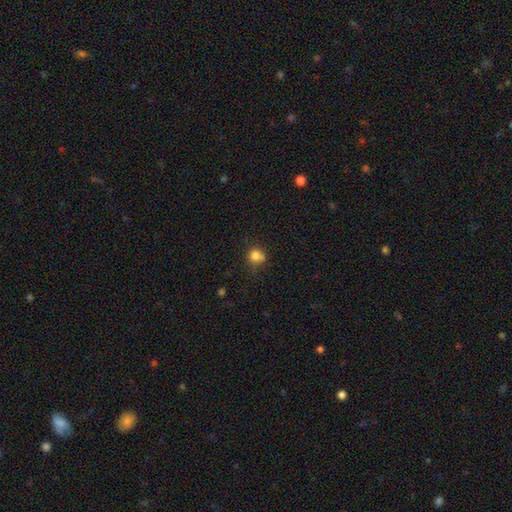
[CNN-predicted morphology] smooth-or-featured: smooth: 80% | star or artifact: 12% | featured or disk: 8%
  how-rounded: round: 84% | in between: 15% | cigar-shaped: 1%
  merging: none: 58% | minor disturbance: 19% | merger: 17% | major disturbance: 6%